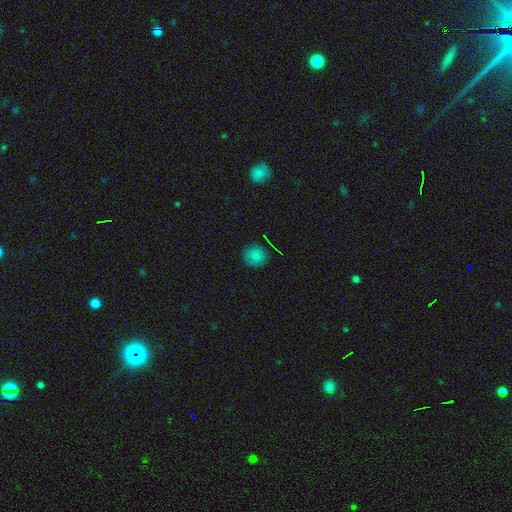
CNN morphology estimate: A smooth galaxy with no disk features (80%) that is round (91%).

Vote fractions:
- Smooth or featured? smooth: 80% / star or artifact: 14% / featured or disk: 6%
- How rounded? round: 91% / in between: 8% / cigar-shaped: 1%
- Merging? none: 84% / minor disturbance: 12% / major disturbance: 3% / merger: 2%